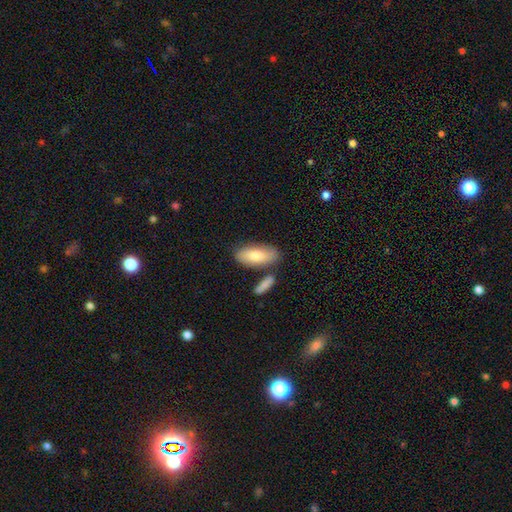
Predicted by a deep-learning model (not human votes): The model was most divided on "merging": none: 69%, minor disturbance: 15%, merger: 12%, major disturbance: 4%. More confident: how rounded — in between (84%); smooth or featured — smooth (79%).